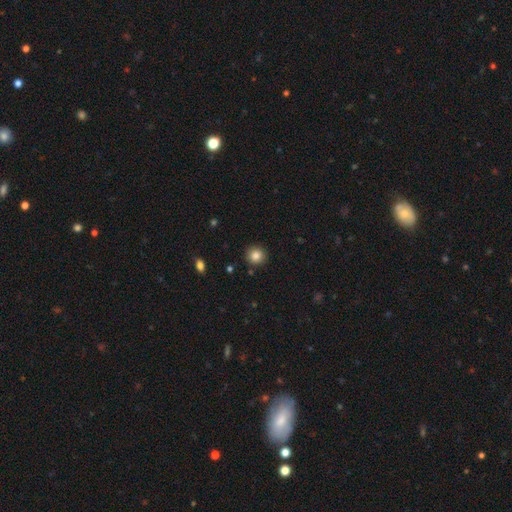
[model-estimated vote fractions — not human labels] The model was most divided on "smooth or featured": smooth: 85%, star or artifact: 10%, featured or disk: 5%. More confident: how rounded — round (89%); merging — none (89%).